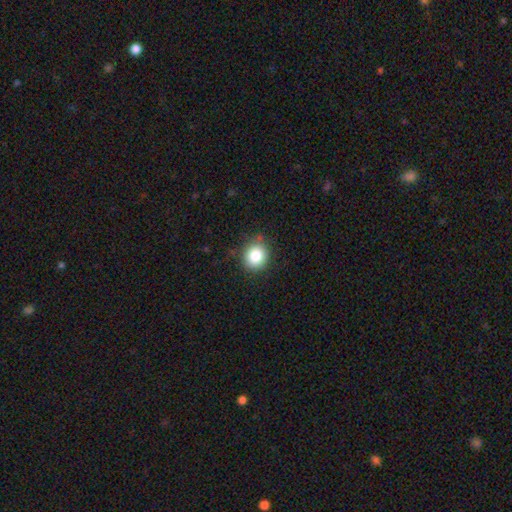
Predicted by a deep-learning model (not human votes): Smooth or featured? Predicted: smooth (p=0.84). How rounded? Predicted: round (p=0.77). Merging? Predicted: none (p=0.81).